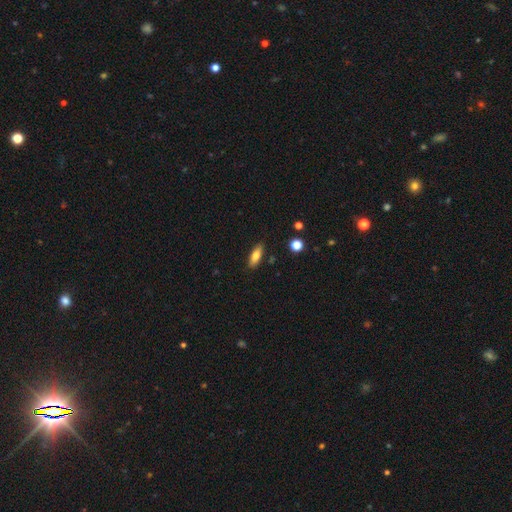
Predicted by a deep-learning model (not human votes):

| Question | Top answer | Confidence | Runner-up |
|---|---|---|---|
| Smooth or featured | smooth | 76% | featured or disk (16%) |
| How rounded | in between | 65% | cigar-shaped (32%) |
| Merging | none | 86% | minor disturbance (10%) |